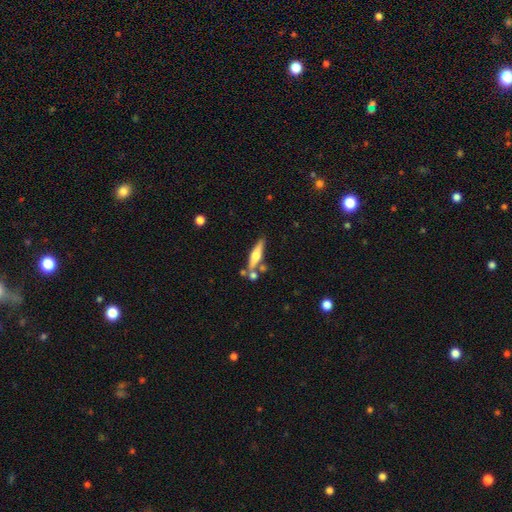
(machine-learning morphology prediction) Smooth or featured?
  - featured or disk: 54% *
  - smooth: 39%
  - star or artifact: 6%
Edge-on disk?
  - yes: 94% *
  - no: 6%
Edge-on bulge?
  - rounded: 87% *
  - boxy: 7%
  - none: 6%
Merging?
  - none: 69% *
  - merger: 15%
  - minor disturbance: 13%
  - major disturbance: 4%